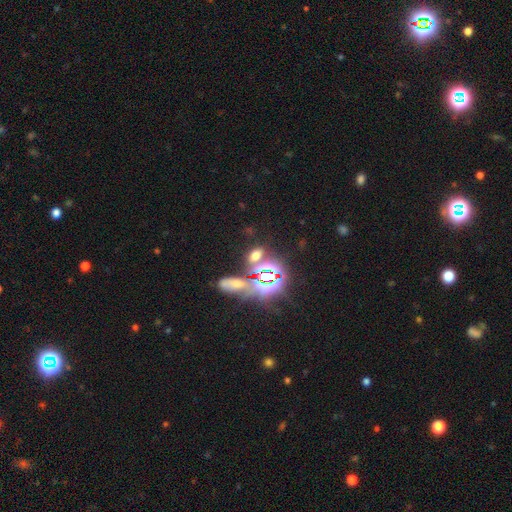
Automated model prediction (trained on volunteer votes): Smooth or featured? Predicted: star or artifact (p=0.48).